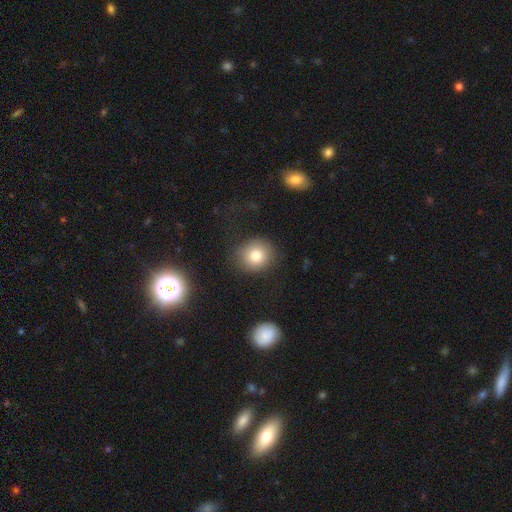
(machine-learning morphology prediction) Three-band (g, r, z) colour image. It shows a smooth galaxy with no disk features (81%) that is round (79%). Merging: none (77%).